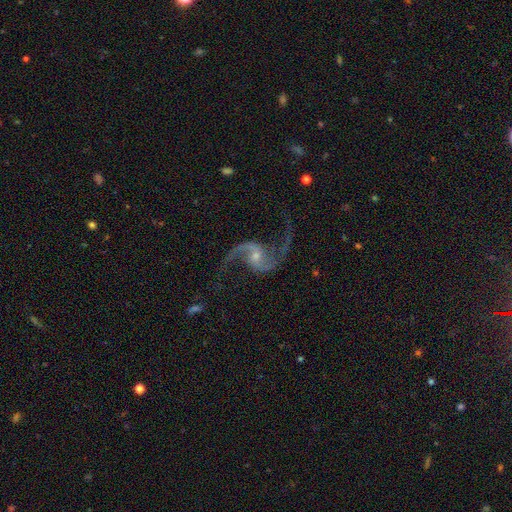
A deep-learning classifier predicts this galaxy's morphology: This appears to be a featured or disk galaxy (92%) with no bar (46%), 2 (94%) loose (75%) spiral arms (98%) and a small central bulge (61%). Merging: none (77%).